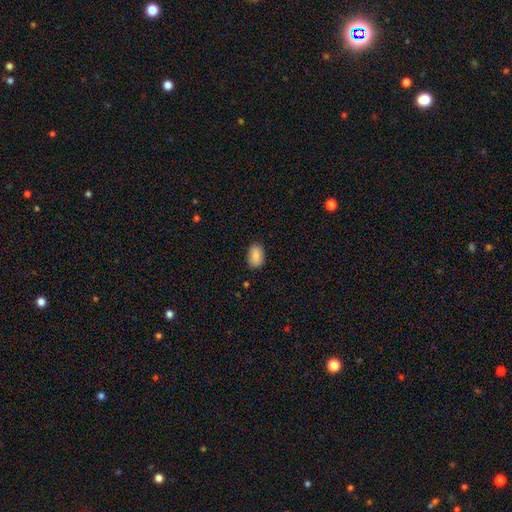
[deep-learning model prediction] A smooth galaxy with no disk features (88%) that is in between round and cigar-shaped (86%). Merging: none (86%).